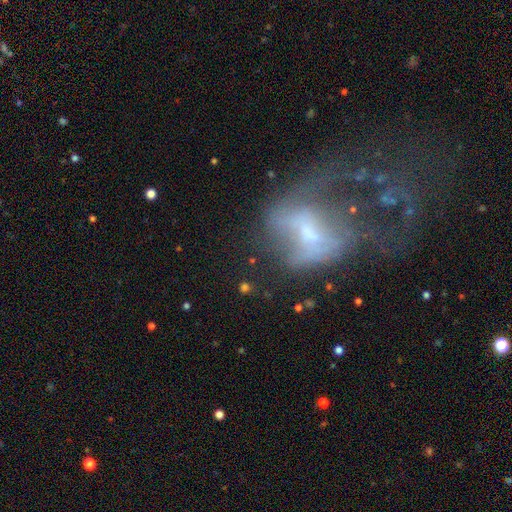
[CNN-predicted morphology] Smooth or featured? Predicted: featured or disk (p=0.55). Edge-on disk? Predicted: no (p=0.95). Bar? Predicted: no (p=0.60). Spiral arms? Predicted: no (p=0.66). Bulge size? Predicted: small (p=0.44). Merging? Predicted: major disturbance (p=0.59).